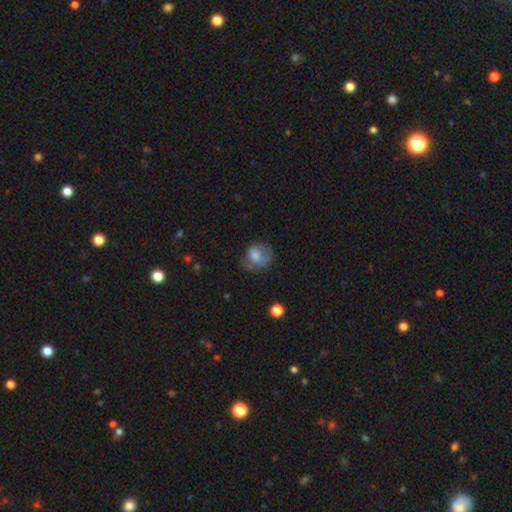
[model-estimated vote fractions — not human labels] This appears to be a smooth galaxy with no disk features (72%) that is round (61%). Merging: none (51%).